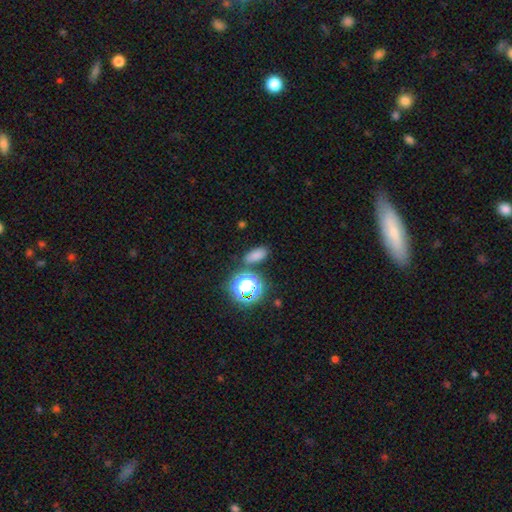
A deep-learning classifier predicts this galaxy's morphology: Overall: smooth (73%). How rounded: in between (81%). Merging: none (77%).